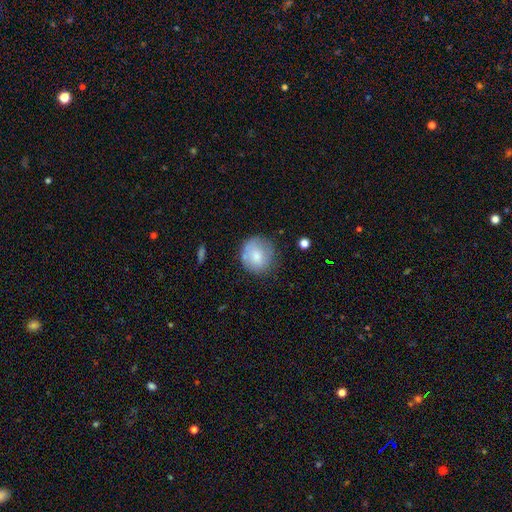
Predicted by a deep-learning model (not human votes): Smooth or featured: smooth — 75% (featured or disk — 17%)
How rounded: round — 86% (in between — 13%)
Merging: none — 69% (minor disturbance — 21%)